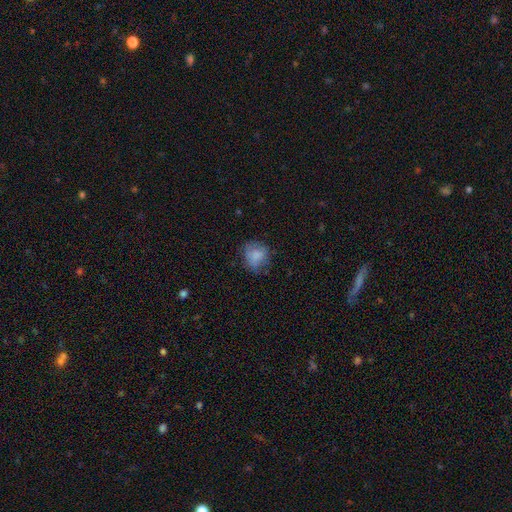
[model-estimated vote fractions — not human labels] A smooth galaxy with no disk features (77%) that is round (70%).

Vote fractions:
- Smooth or featured? smooth: 77% / featured or disk: 13% / star or artifact: 9%
- How rounded? round: 70% / in between: 29% / cigar-shaped: 1%
- Merging? none: 66% / minor disturbance: 22% / major disturbance: 10% / merger: 1%